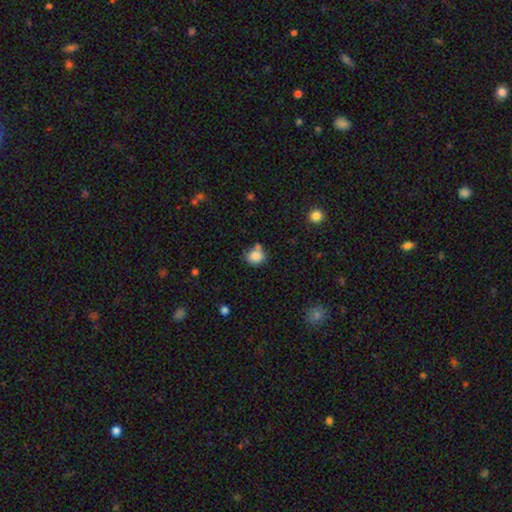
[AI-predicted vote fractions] Smooth or featured: smooth — 85% (star or artifact — 10%)
How rounded: round — 65% (in between — 34%)
Merging: none — 59% (merger — 19%)